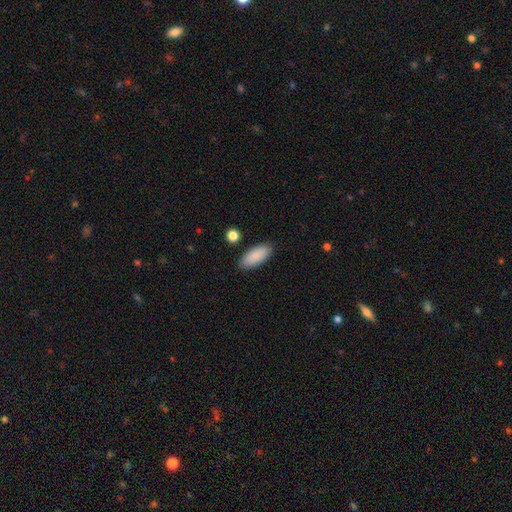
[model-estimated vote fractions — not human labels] A smooth galaxy with no disk features (89%) that is in between round and cigar-shaped (84%).

Vote fractions:
- Smooth or featured? smooth: 89% / star or artifact: 6% / featured or disk: 5%
- How rounded? in between: 84% / cigar-shaped: 14% / round: 2%
- Merging? none: 86% / minor disturbance: 9% / major disturbance: 2% / merger: 2%